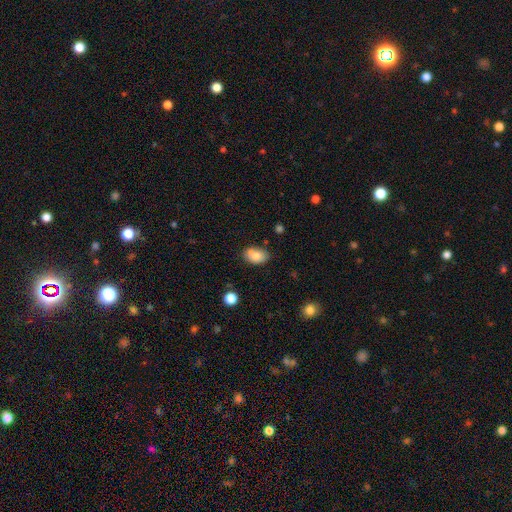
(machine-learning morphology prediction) smooth-or-featured: smooth: 82% | featured or disk: 10% | star or artifact: 8%
  how-rounded: in between: 88% | round: 11% | cigar-shaped: 1%
  merging: none: 72% | minor disturbance: 19% | merger: 5% | major disturbance: 3%